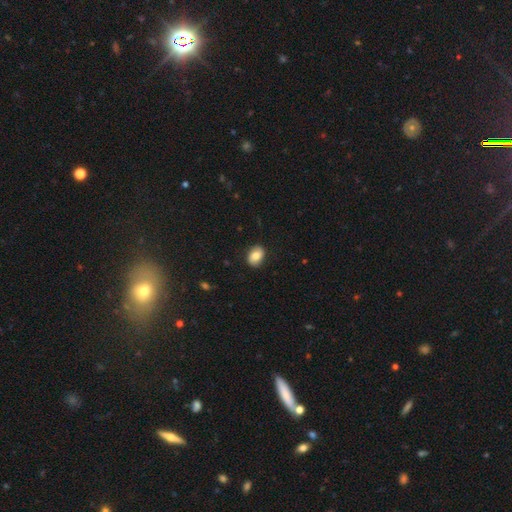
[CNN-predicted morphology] The model was most divided on "how rounded": in between: 75%, round: 24%, cigar-shaped: 1%. More confident: merging — none (85%); smooth or featured — smooth (73%).